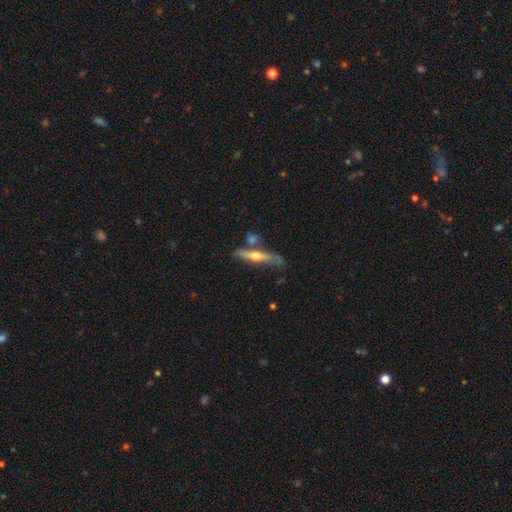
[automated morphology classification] A featured or disk galaxy (61%) viewed edge-on (91%) with a rounded central bulge (90%).

Vote fractions:
- Smooth or featured? featured or disk: 61% / smooth: 33% / star or artifact: 6%
- Edge-on disk? yes: 91% / no: 9%
- Edge-on bulge? rounded: 90% / none: 7% / boxy: 3%
- Merging? none: 61% / minor disturbance: 19% / merger: 13% / major disturbance: 6%